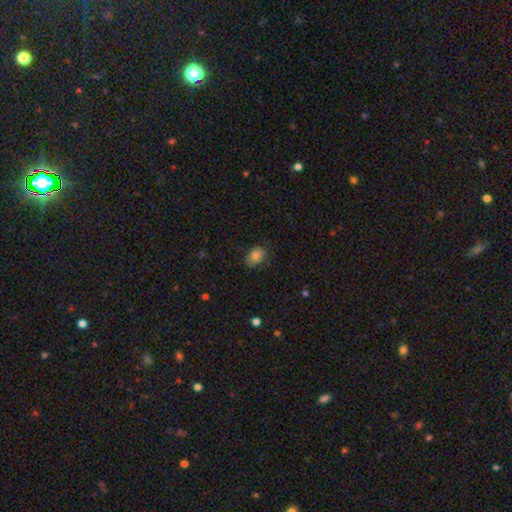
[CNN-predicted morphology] A smooth galaxy with no disk features (81%) that is in between round and cigar-shaped (74%).

Vote fractions:
- Smooth or featured? smooth: 81% / featured or disk: 9% / star or artifact: 9%
- How rounded? in between: 74% / round: 24% / cigar-shaped: 1%
- Merging? none: 73% / minor disturbance: 21% / major disturbance: 5% / merger: 1%